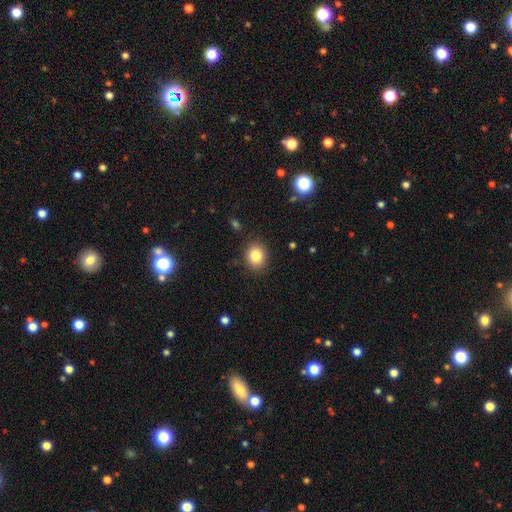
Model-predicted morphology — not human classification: Smooth or featured? smooth (84%)
How rounded? round (67%)
Merging? none (88%)